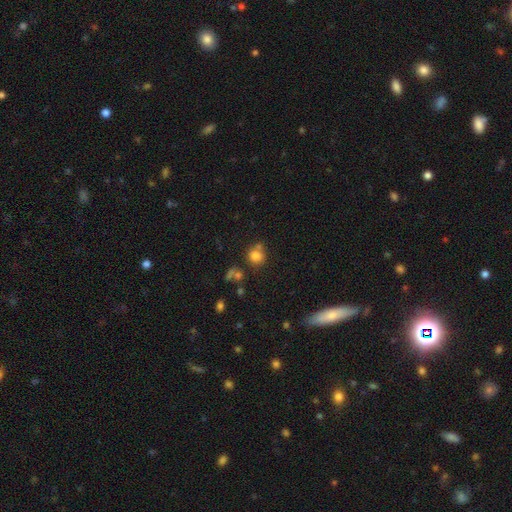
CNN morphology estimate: smooth 79%, star or artifact 13%, featured or disk 8%. Down the decision tree: how rounded — round (84%); merging — none (63%).